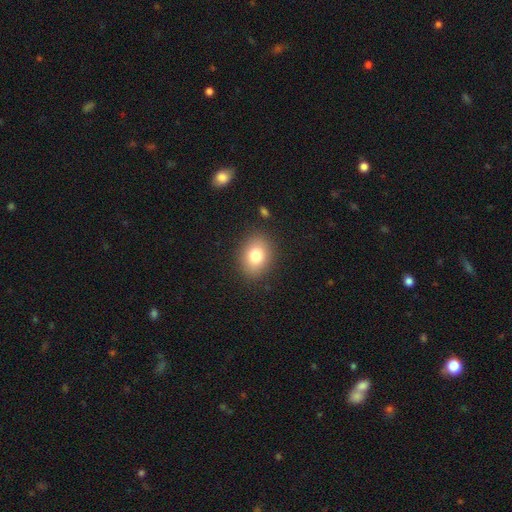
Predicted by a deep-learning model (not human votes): This is likely a smooth galaxy (80%). How rounded: likely in between (67%). Merging: clearly none (87%).